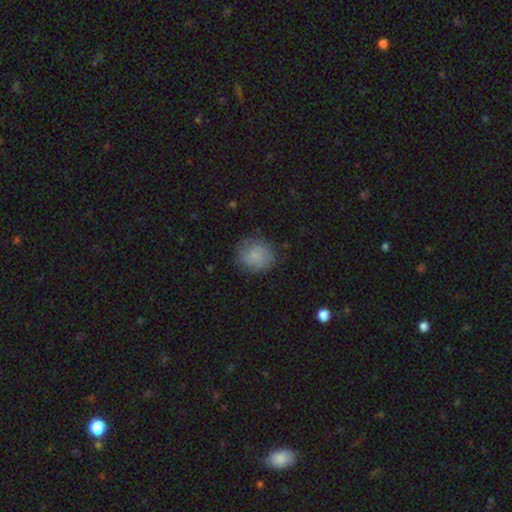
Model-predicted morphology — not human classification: Smooth or featured? smooth (66%)
How rounded? round (79%)
Merging? none (77%)